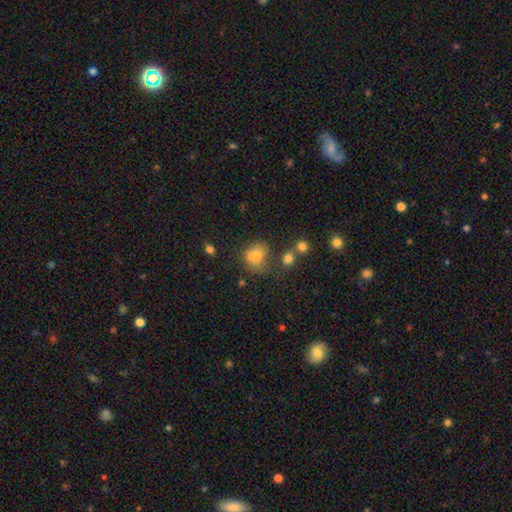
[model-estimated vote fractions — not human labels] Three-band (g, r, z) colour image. It shows a smooth galaxy with no disk features (71%) that is round (62%). Merging: none (49%).